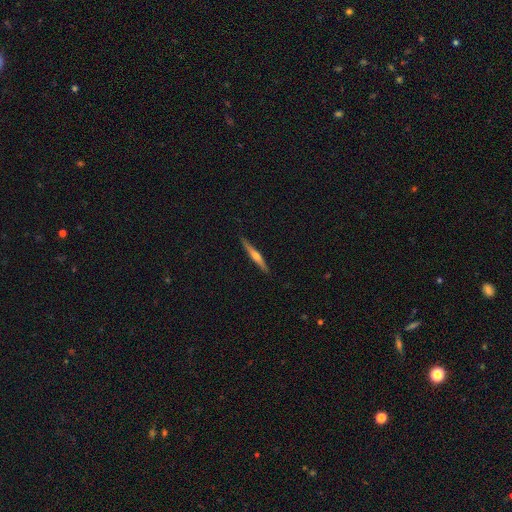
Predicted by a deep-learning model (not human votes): The model was most divided on "smooth or featured": featured or disk: 63%, smooth: 31%, star or artifact: 6%. More confident: edge-on disk — yes (98%); merging — none (90%); edge-on bulge — rounded (79%).